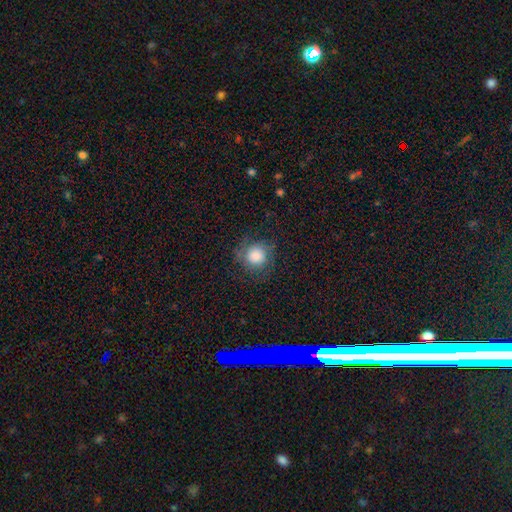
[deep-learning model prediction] A smooth galaxy with no disk features (75%) that is round (90%).

Vote fractions:
- Smooth or featured? smooth: 75% / featured or disk: 16% / star or artifact: 10%
- How rounded? round: 90% / in between: 9% / cigar-shaped: 1%
- Merging? none: 75% / minor disturbance: 16% / major disturbance: 8% / merger: 1%